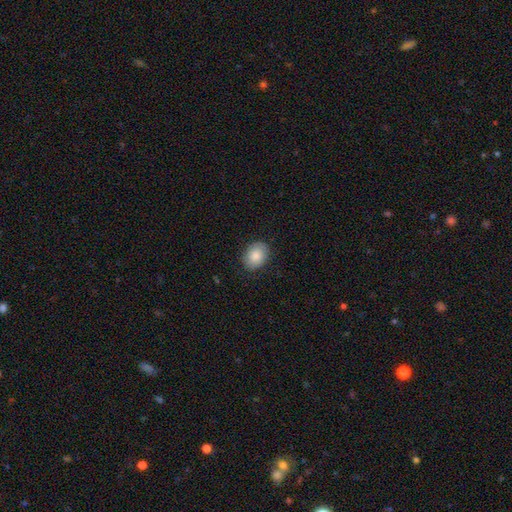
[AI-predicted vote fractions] smooth_or_featured: smooth (p=0.84) [alt: featured or disk p=0.09]
how_rounded: in between (p=0.67) [alt: round p=0.32]
merging: none (p=0.83) [alt: minor disturbance p=0.13]